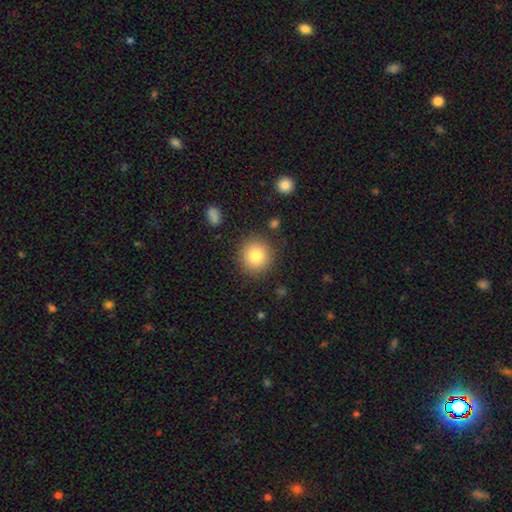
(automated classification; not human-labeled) Smooth or featured? smooth (81%)
How rounded? round (91%)
Merging? none (87%)